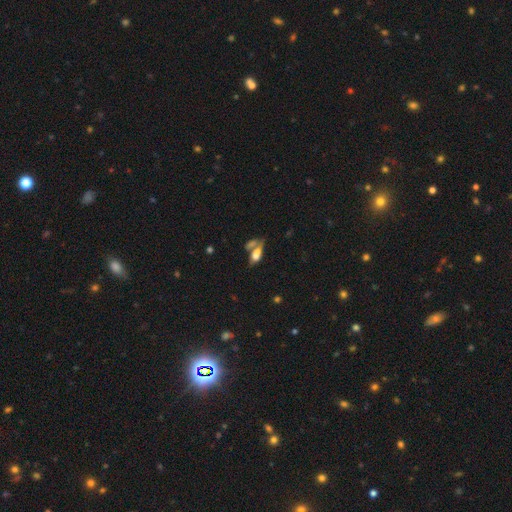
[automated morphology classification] The model was most divided on "merging": merger: 49%, none: 32%, minor disturbance: 11%, major disturbance: 8%. More confident: how rounded — in between (78%); smooth or featured — smooth (68%).